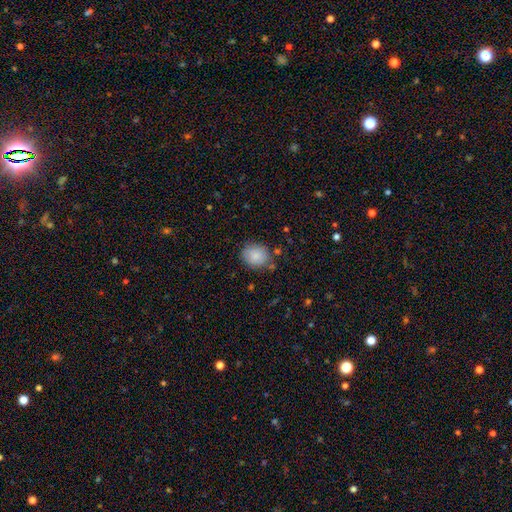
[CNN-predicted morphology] This is clearly a smooth galaxy (85%). How rounded: likely round (69%). Merging: likely none (77%).